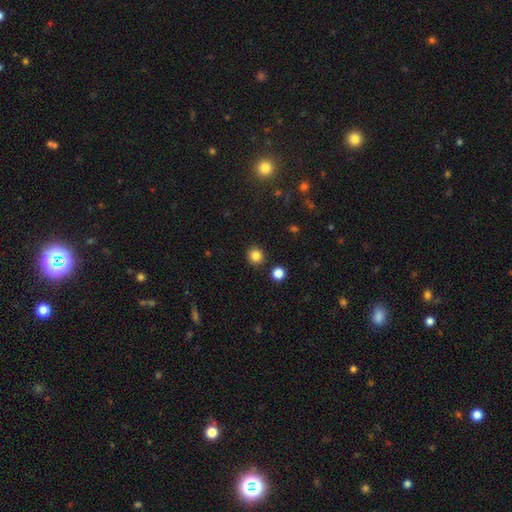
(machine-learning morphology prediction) smooth-or-featured: smooth: 84% | star or artifact: 12% | featured or disk: 4%
  how-rounded: round: 90% | in between: 9% | cigar-shaped: 1%
  merging: none: 90% | minor disturbance: 5% | merger: 3% | major disturbance: 2%